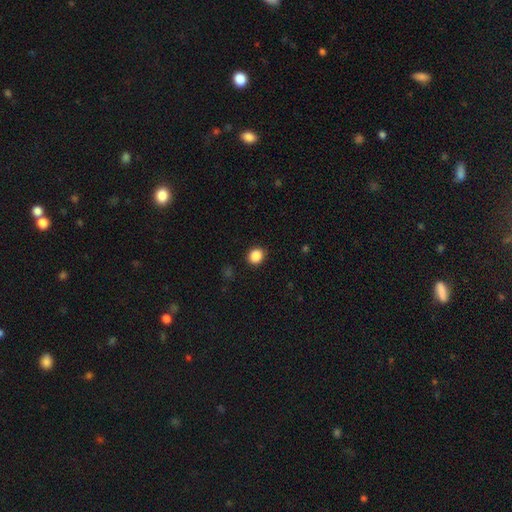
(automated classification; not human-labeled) This appears to be a smooth galaxy with no disk features (87%) that is round (75%). Merging: none (89%).